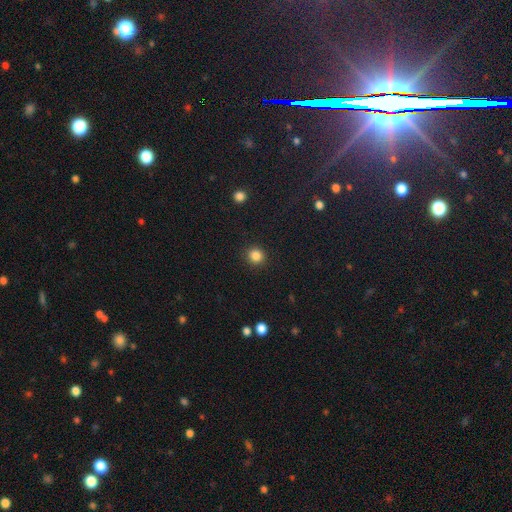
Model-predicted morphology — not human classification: Q: Smooth or featured?
A: smooth (85%); runner-up: star or artifact (11%)
Q: How rounded?
A: round (92%); runner-up: in between (7%)
Q: Merging?
A: none (91%); runner-up: minor disturbance (5%)